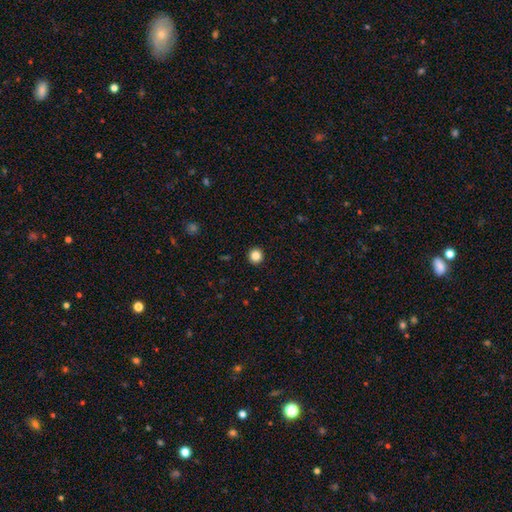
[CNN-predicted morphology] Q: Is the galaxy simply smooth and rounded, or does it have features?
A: smooth — 85%.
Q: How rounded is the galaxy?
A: round — 94%.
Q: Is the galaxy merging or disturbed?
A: none — 93%.